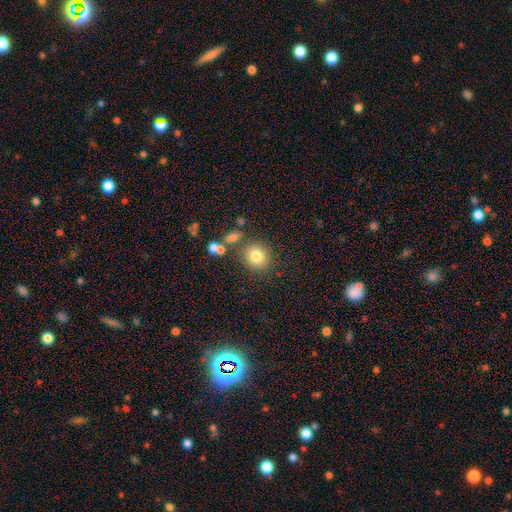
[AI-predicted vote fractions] The model was most divided on "merging": none: 75%, minor disturbance: 11%, merger: 10%, major disturbance: 5%. More confident: how rounded — round (84%); smooth or featured — smooth (80%).